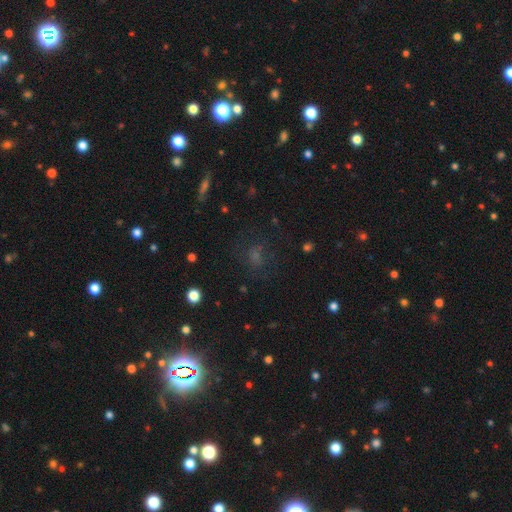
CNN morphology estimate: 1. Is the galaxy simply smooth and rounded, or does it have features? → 42% star or artifact (tied), 42% smooth (tied), 17% featured or disk.